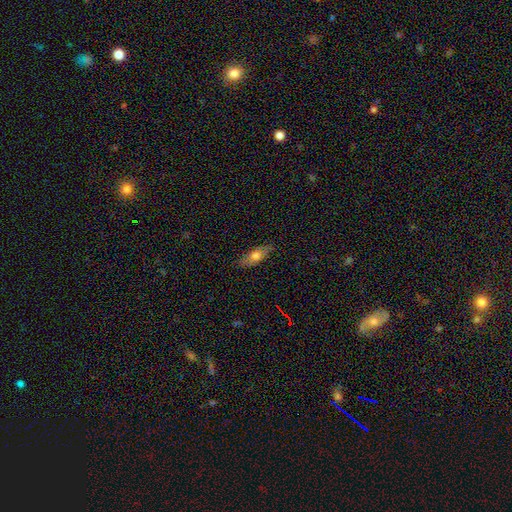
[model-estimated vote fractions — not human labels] A smooth galaxy with no disk features (61%) that is in between round and cigar-shaped (68%). Merging: none (80%).